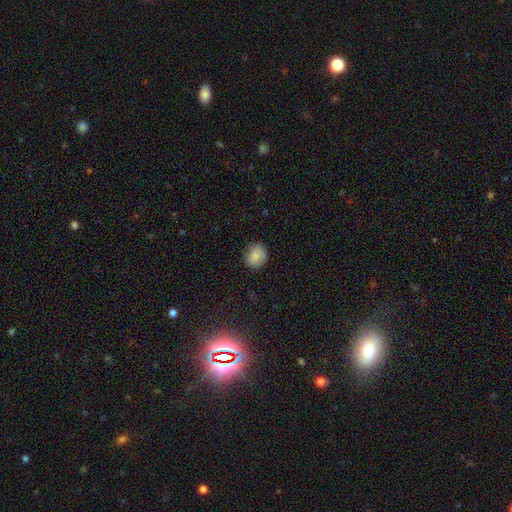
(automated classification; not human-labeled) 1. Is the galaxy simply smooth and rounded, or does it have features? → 86% smooth, 9% star or artifact, 6% featured or disk.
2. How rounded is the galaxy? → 59% round, 40% in between, 1% cigar-shaped.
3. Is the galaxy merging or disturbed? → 80% none, 15% minor disturbance, 3% major disturbance, 1% merger.